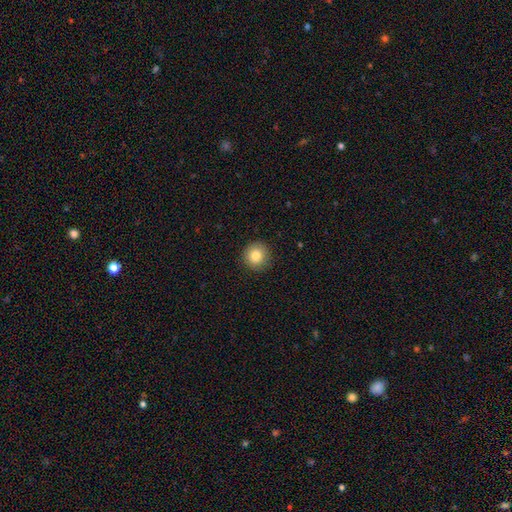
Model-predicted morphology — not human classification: smooth-or-featured: smooth: 82% | star or artifact: 10% | featured or disk: 8%
  how-rounded: round: 94% | in between: 5% | cigar-shaped: 1%
  merging: none: 91% | minor disturbance: 6% | major disturbance: 2% | merger: 1%